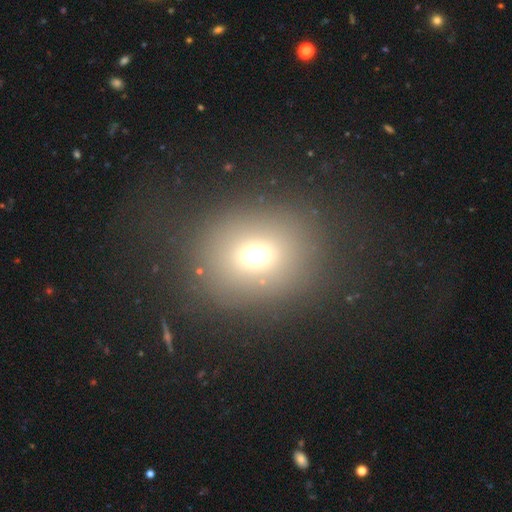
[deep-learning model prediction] Overall: smooth (68%). How rounded: round (68%; in between 31%). Merging: none (81%).